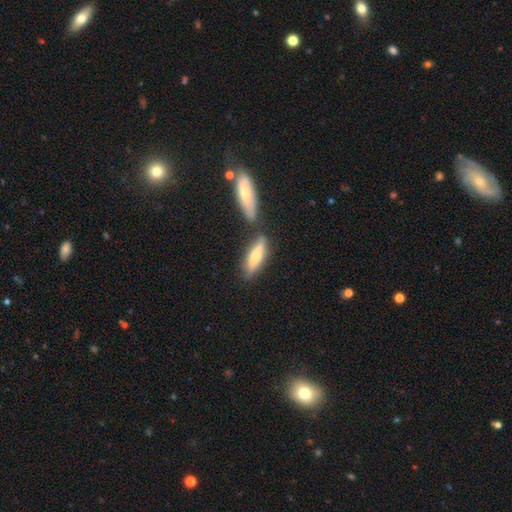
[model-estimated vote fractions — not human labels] A smooth galaxy with no disk features (64%) that is cigar-shaped (62%). Merging: none (61%).